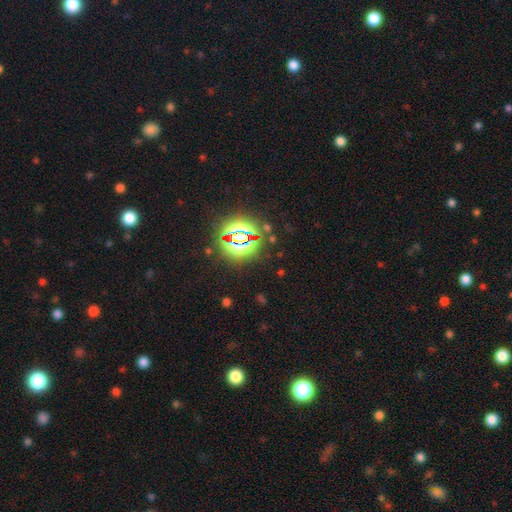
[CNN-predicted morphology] star or artifact 83%, smooth 11%, featured or disk 6%.